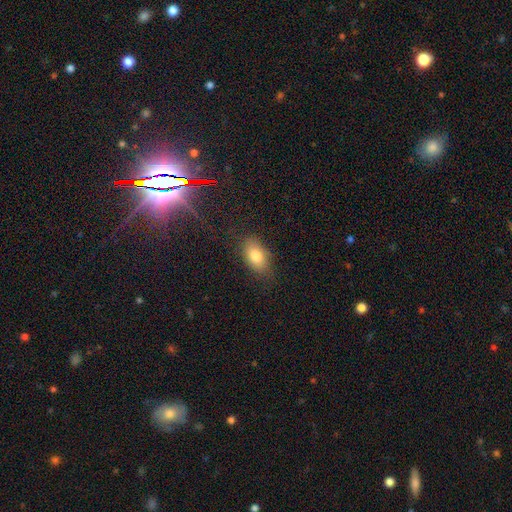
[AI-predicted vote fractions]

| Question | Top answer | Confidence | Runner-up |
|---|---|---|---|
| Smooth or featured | smooth | 80% | featured or disk (11%) |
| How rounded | in between | 89% | round (8%) |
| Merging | none | 81% | minor disturbance (14%) |